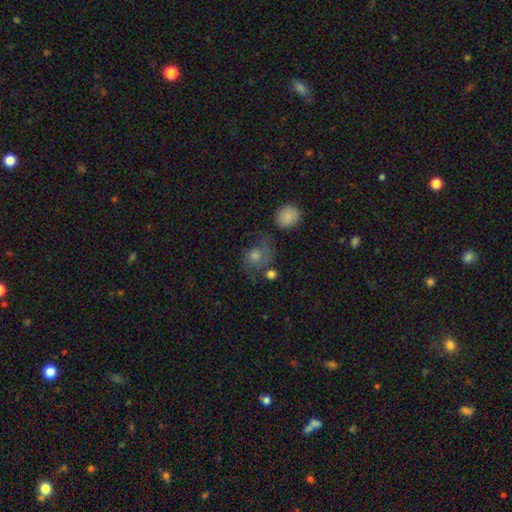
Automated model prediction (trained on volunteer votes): Morphology: type=smooth (43%); merging=none (54%).